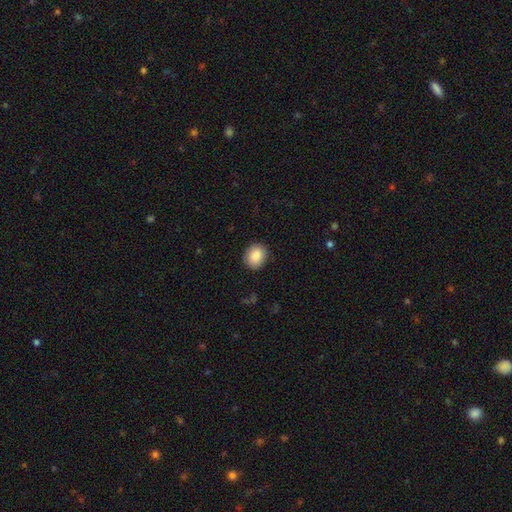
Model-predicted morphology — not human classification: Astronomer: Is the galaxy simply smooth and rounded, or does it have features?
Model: smooth — 87%.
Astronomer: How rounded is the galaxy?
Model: round — 64%.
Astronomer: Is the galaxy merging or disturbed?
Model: none — 89%.